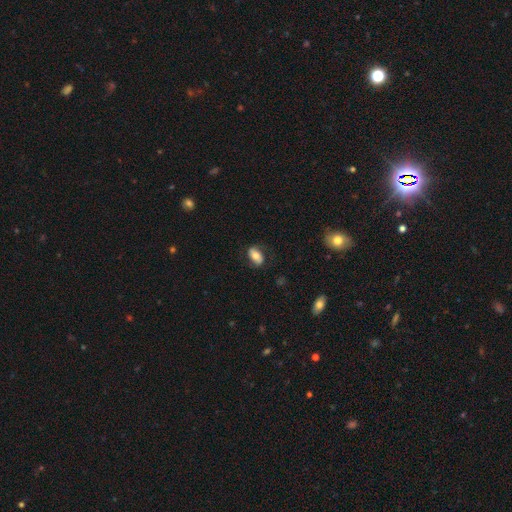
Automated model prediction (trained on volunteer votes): Q: Smooth or featured?
A: smooth (65%); runner-up: featured or disk (27%)
Q: How rounded?
A: in between (89%); runner-up: round (7%)
Q: Merging?
A: none (74%); runner-up: minor disturbance (18%)